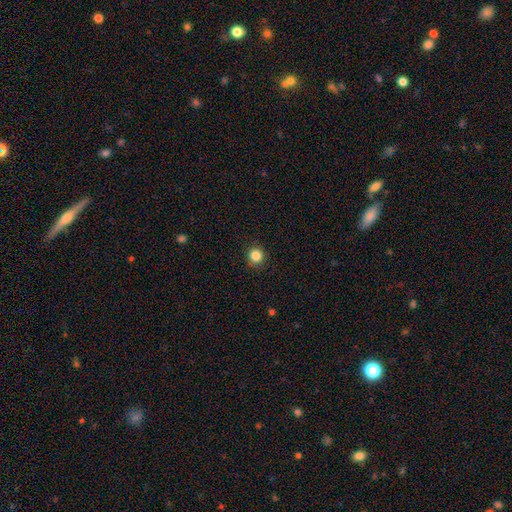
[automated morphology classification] The model was most divided on "smooth or featured": smooth: 85%, star or artifact: 11%, featured or disk: 4%. More confident: how rounded — round (93%); merging — none (90%).